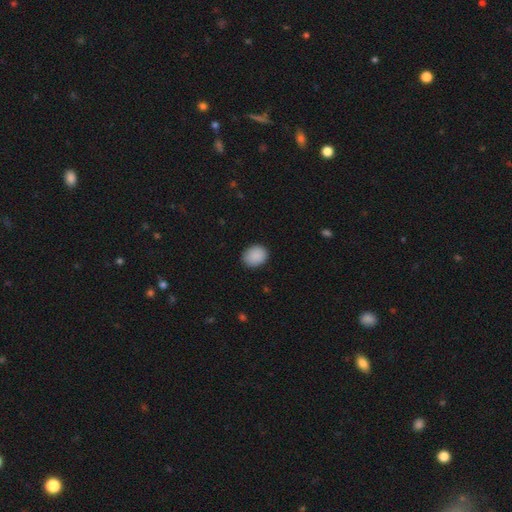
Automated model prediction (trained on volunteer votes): This appears to be a smooth galaxy with no disk features (90%) that is round (51%). Merging: none (88%).